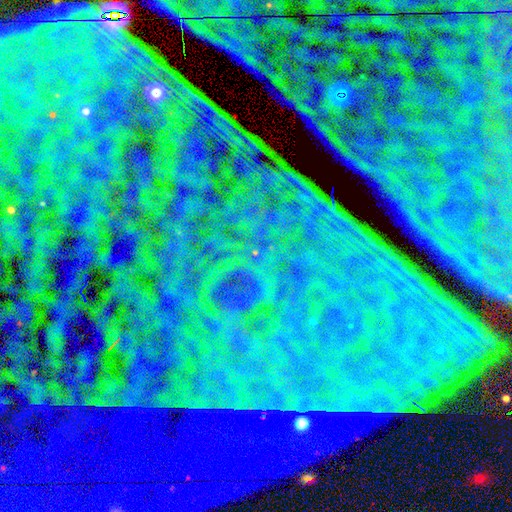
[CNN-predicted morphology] type=star or artifact (88%).